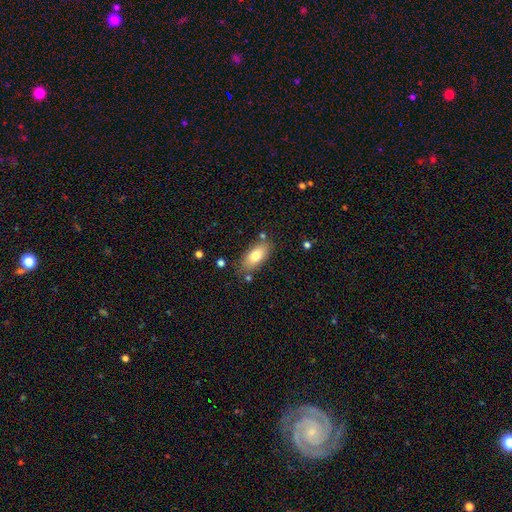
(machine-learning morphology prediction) Smooth or featured: smooth — 76% (featured or disk — 17%)
How rounded: in between — 87% (cigar-shaped — 10%)
Merging: none — 78% (minor disturbance — 14%)